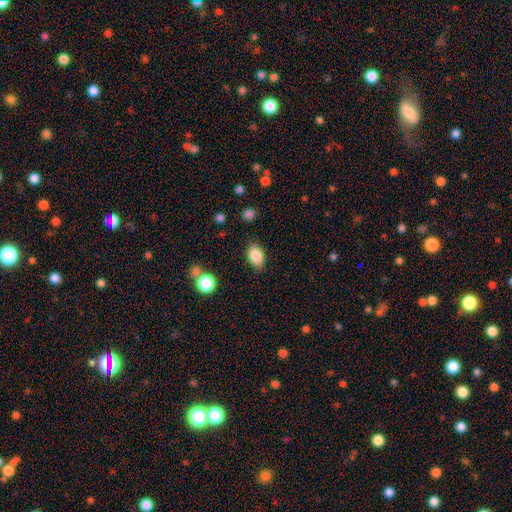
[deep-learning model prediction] Smooth or featured? smooth (86%)
How rounded? in between (88%)
Merging? none (84%)